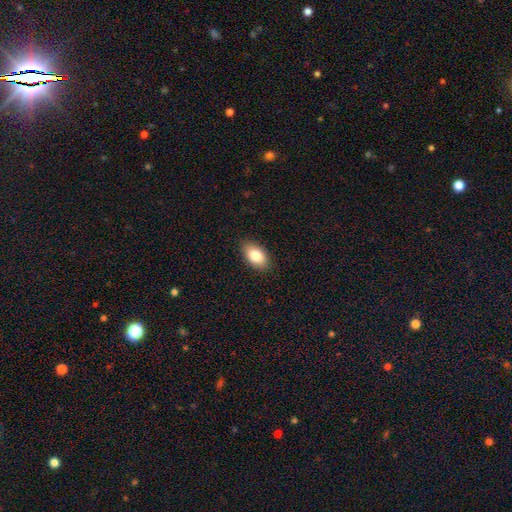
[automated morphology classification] A smooth galaxy with no disk features (82%) that is in between round and cigar-shaped (92%). Merging: none (87%).